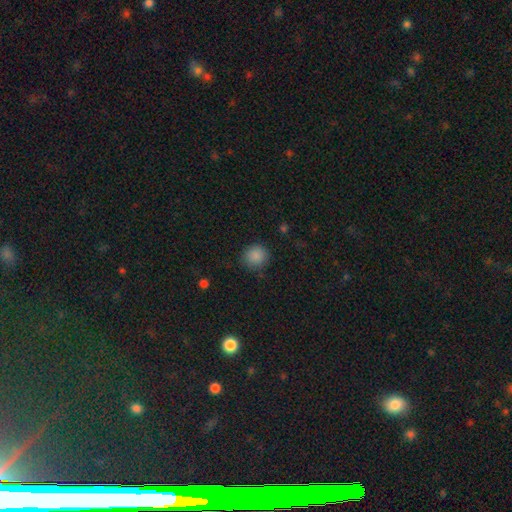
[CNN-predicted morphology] Smooth or featured?
  - smooth: 87% *
  - star or artifact: 10%
  - featured or disk: 4%
How rounded?
  - round: 88% *
  - in between: 11%
  - cigar-shaped: 1%
Merging?
  - none: 84% *
  - minor disturbance: 12%
  - major disturbance: 3%
  - merger: 1%